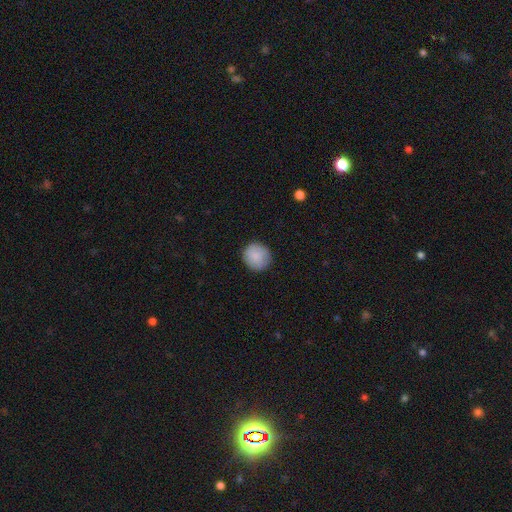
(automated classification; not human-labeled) Smooth or featured?
  - smooth: 87% *
  - star or artifact: 6%
  - featured or disk: 6%
How rounded?
  - round: 92% *
  - in between: 7%
  - cigar-shaped: 1%
Merging?
  - none: 89% *
  - minor disturbance: 8%
  - major disturbance: 2%
  - merger: 1%